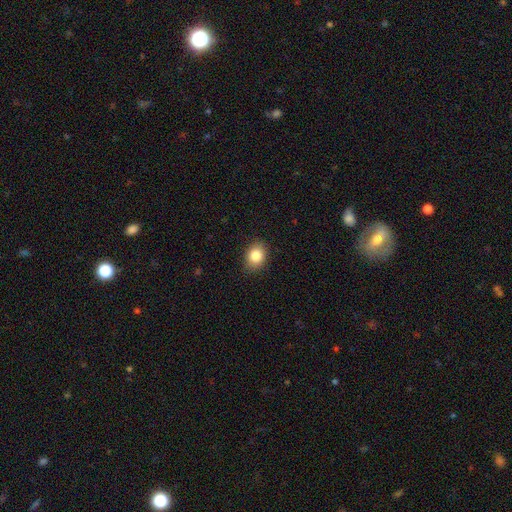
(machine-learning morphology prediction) type=smooth (84%); roundness=in between (58%); merging=none (86%).